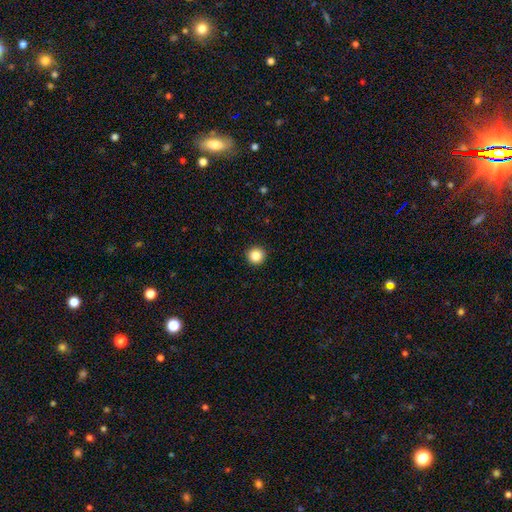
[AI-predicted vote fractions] smooth 85%, star or artifact 11%, featured or disk 4%. Down the decision tree: how rounded — round (96%); merging — none (94%).